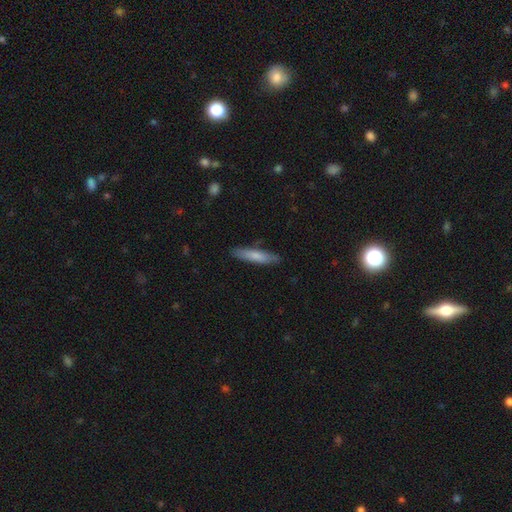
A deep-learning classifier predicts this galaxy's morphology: A smooth galaxy with no disk features (76%) that is cigar-shaped (84%).

Vote fractions:
- Smooth or featured? smooth: 76% / featured or disk: 19% / star or artifact: 5%
- How rounded? cigar-shaped: 84% / in between: 15% / round: 1%
- Merging? none: 85% / minor disturbance: 11% / major disturbance: 2% / merger: 1%